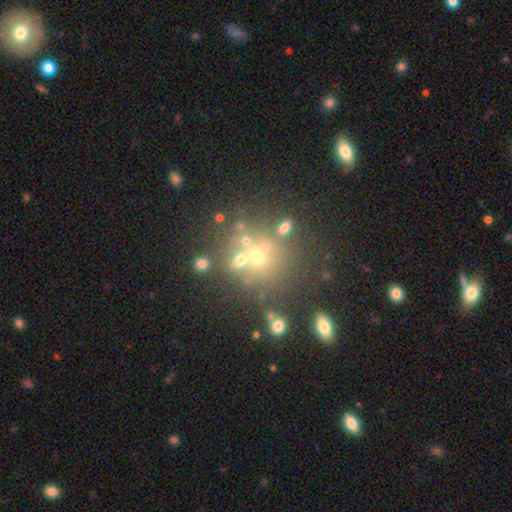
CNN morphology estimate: This appears to be a smooth galaxy with no disk features (48%). Merging: none (51%).